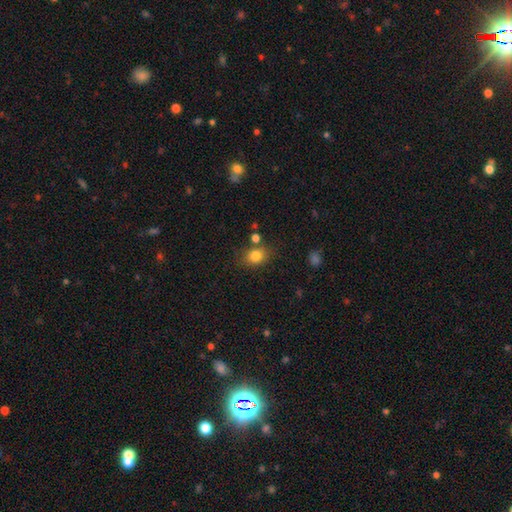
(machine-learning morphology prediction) A smooth galaxy with no disk features (82%) that is round (50%).

Vote fractions:
- Smooth or featured? smooth: 82% / star or artifact: 11% / featured or disk: 7%
- How rounded? round: 50% / in between: 49% / cigar-shaped: 1%
- Merging? none: 72% / minor disturbance: 14% / merger: 9% / major disturbance: 5%